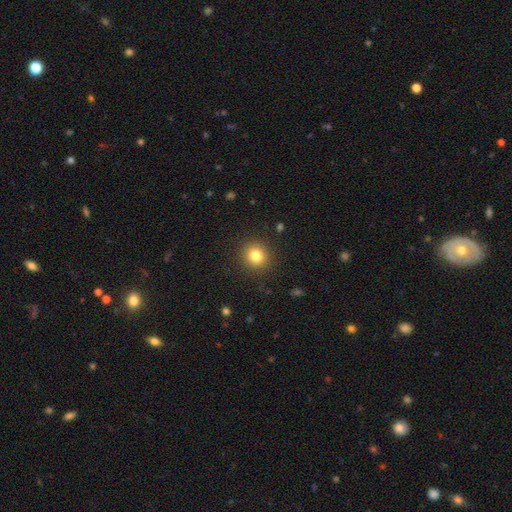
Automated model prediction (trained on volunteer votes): The model was most divided on "smooth or featured": smooth: 81%, star or artifact: 12%, featured or disk: 7%. More confident: merging — none (91%); how rounded — round (89%).